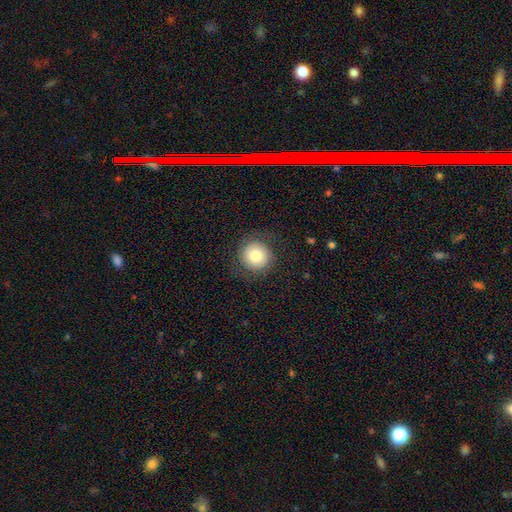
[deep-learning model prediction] smooth_or_featured: smooth (p=0.75) [alt: featured or disk p=0.16]
how_rounded: round (p=0.94) [alt: in between p=0.05]
merging: none (p=0.83) [alt: minor disturbance p=0.10]